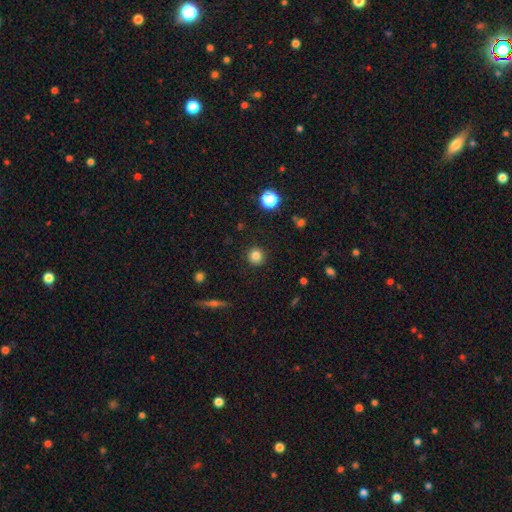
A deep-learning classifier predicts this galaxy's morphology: Overall: smooth (83%). How rounded: round (93%). Merging: none (90%).